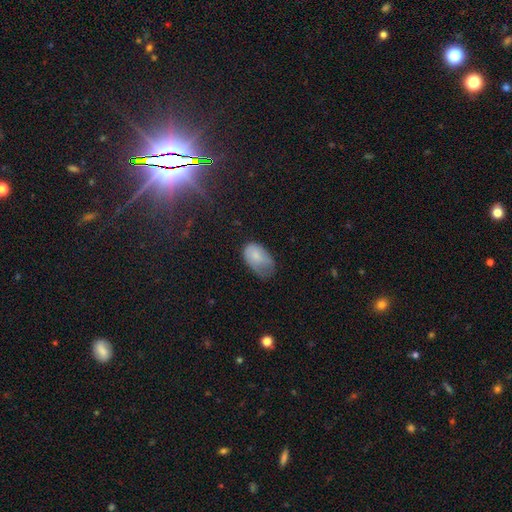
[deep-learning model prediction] This is likely a smooth galaxy (77%). How rounded: clearly in between (91%). Merging: possibly minor disturbance (45%).